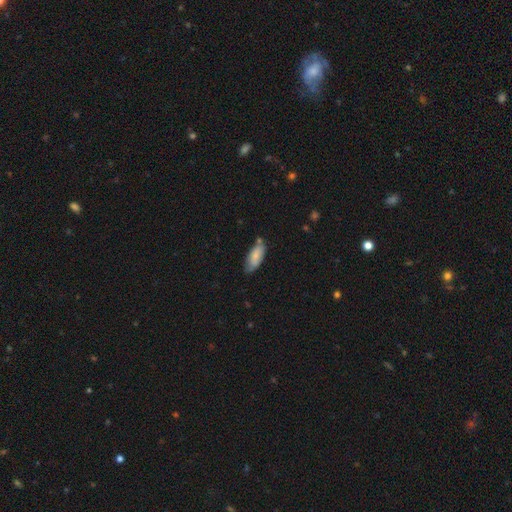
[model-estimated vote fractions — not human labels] This is likely a smooth galaxy (78%). How rounded: clearly in between (80%). Merging: likely none (63%).